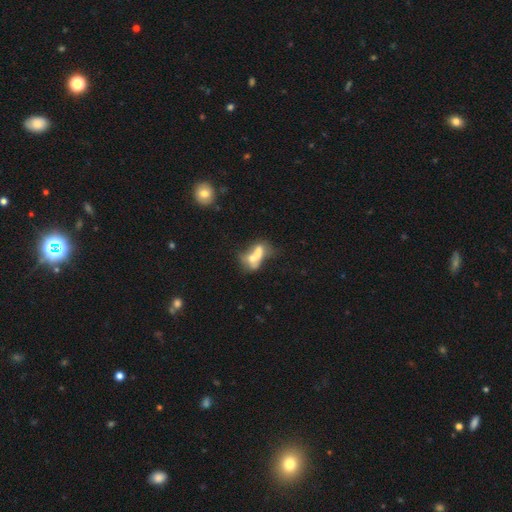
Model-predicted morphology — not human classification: smooth 52%, featured or disk 38%, star or artifact 10%. Down the decision tree: how rounded — in between (72%); merging — merger (59%).